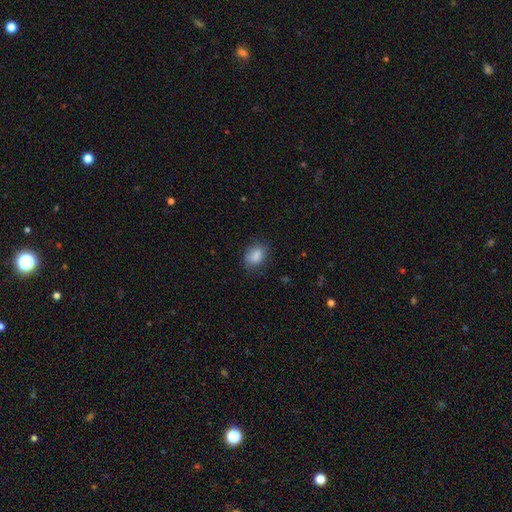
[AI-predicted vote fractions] This is clearly a smooth galaxy (85%). How rounded: likely in between (77%). Merging: likely none (74%).